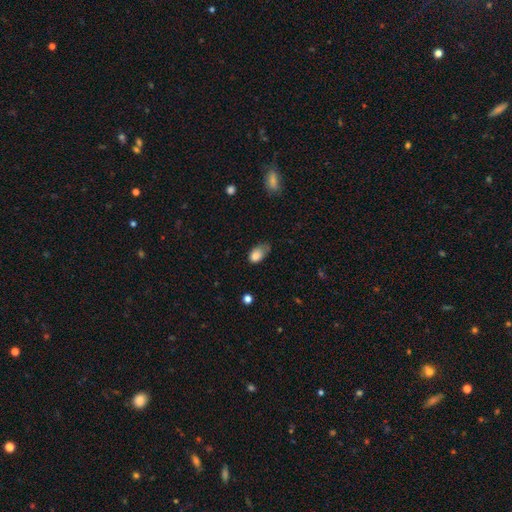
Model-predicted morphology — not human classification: This appears to be a smooth galaxy with no disk features (81%) that is in between round and cigar-shaped (87%). Merging: minor disturbance (45%).